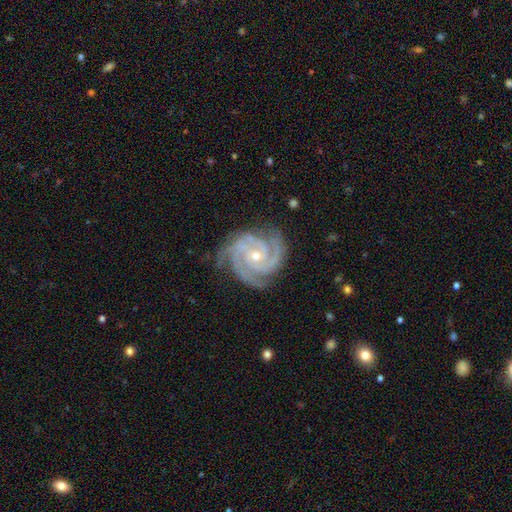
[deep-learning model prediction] Smooth or featured? featured or disk (94%)
Edge-on disk? no (98%)
Bar? no (66%)
Spiral arms? yes (99%)
Spiral winding? tight (74%)
Spiral arm count? 3 (59%)
Bulge size? small (59%)
Merging? none (79%)